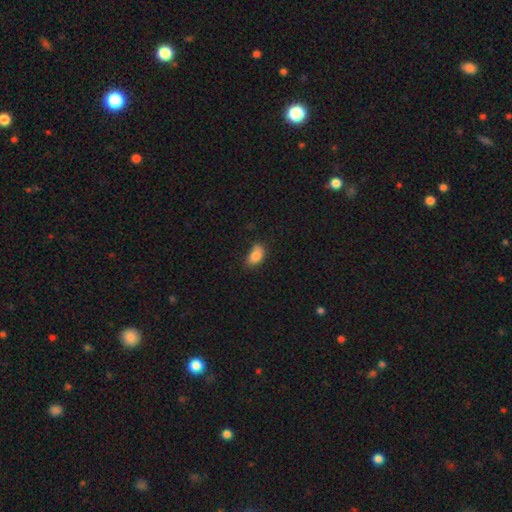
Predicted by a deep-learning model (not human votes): Q: Smooth or featured?
A: smooth (84%); runner-up: star or artifact (8%)
Q: How rounded?
A: in between (87%); runner-up: round (11%)
Q: Merging?
A: none (57%); runner-up: minor disturbance (32%)